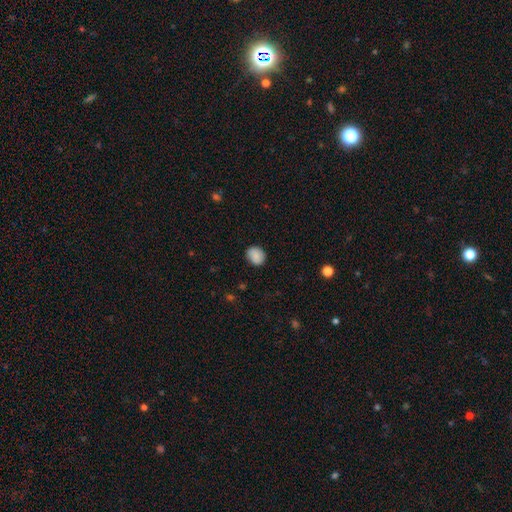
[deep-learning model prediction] A smooth galaxy with no disk features (84%) that is round (59%). Merging: none (83%).